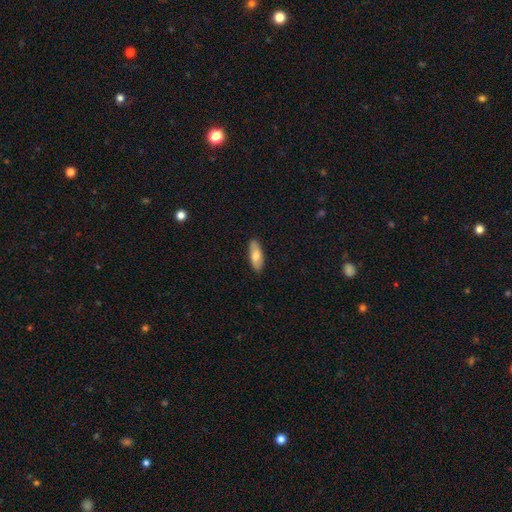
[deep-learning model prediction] This appears to be a smooth galaxy with no disk features (74%) that is in between round and cigar-shaped (71%). Merging: none (88%).